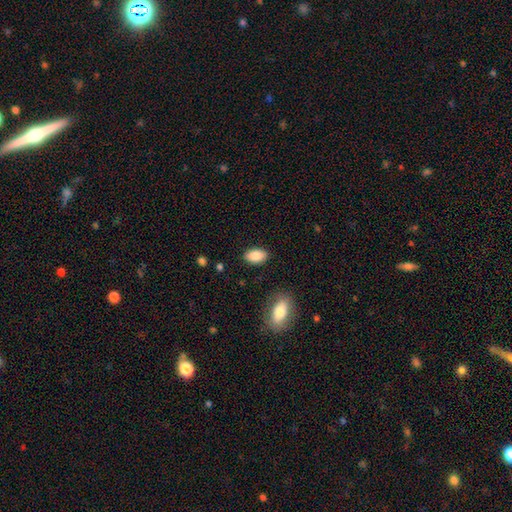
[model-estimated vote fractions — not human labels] Smooth or featured? Predicted: smooth (p=0.88). How rounded? Predicted: in between (p=0.93). Merging? Predicted: none (p=0.87).